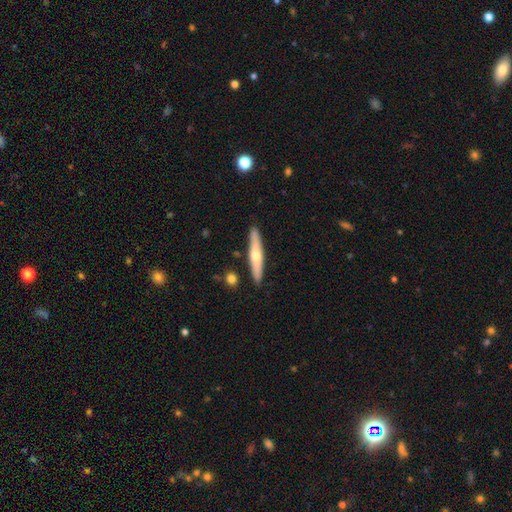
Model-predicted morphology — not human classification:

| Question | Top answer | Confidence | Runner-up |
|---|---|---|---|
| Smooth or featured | featured or disk | 55% | smooth (39%) |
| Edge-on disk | yes | 93% | no (7%) |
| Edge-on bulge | rounded | 86% | none (11%) |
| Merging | none | 89% | minor disturbance (7%) |